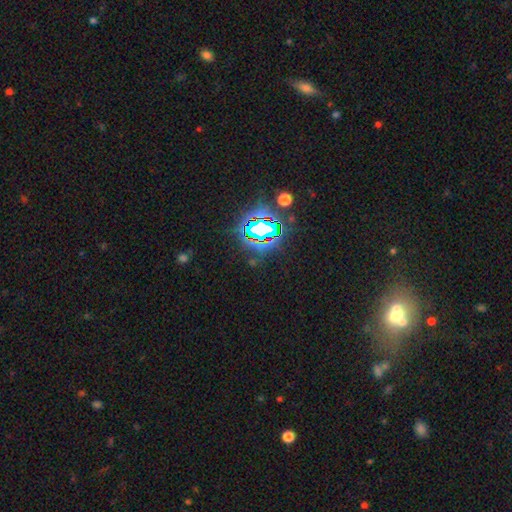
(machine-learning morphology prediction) A star or artifact, not a galaxy (80%).

Vote fractions:
- Smooth or featured? star or artifact: 80% / smooth: 12% / featured or disk: 8%